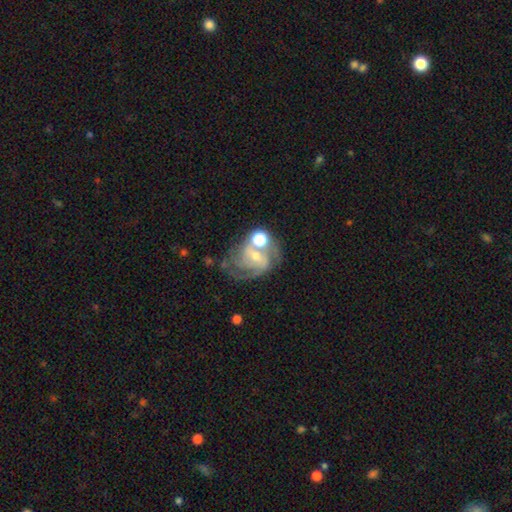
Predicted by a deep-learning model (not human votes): smooth_or_featured: featured or disk (p=0.75) [alt: smooth p=0.15]
disk_edge_on: no (p=0.97) [alt: yes p=0.03]
bar: weak (p=0.42) [alt: no p=0.41]
has_spiral_arms: yes (p=0.92) [alt: no p=0.08]
spiral_winding: medium (p=0.48) [alt: tight p=0.34]
spiral_arm_count: 2 (p=0.45) [alt: 3 p=0.23]
bulge_size: small (p=0.49) [alt: moderate p=0.42]
merging: none (p=0.42) [alt: merger p=0.24]